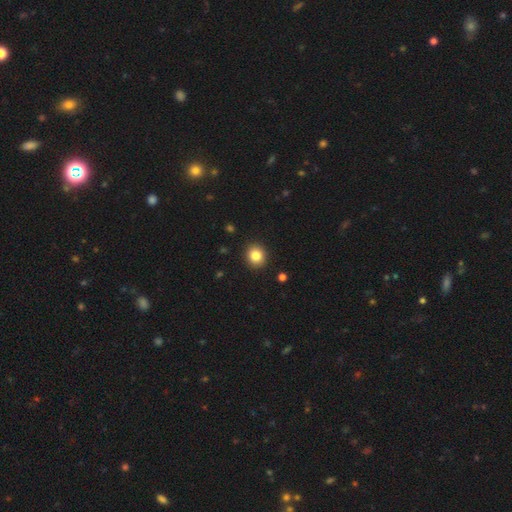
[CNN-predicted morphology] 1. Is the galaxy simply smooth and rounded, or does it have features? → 84% smooth, 10% star or artifact, 6% featured or disk.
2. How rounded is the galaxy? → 82% round, 18% in between, 1% cigar-shaped.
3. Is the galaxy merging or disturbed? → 92% none, 5% minor disturbance, 2% major disturbance, 1% merger.